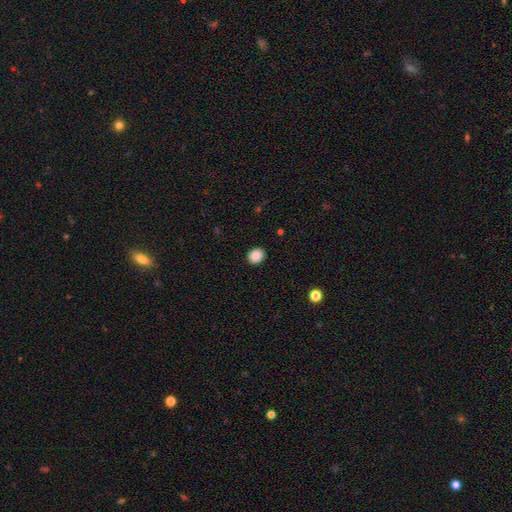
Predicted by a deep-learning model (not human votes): Smooth or featured: smooth — 88% (star or artifact — 9%)
How rounded: round — 65% (in between — 34%)
Merging: none — 90% (minor disturbance — 7%)